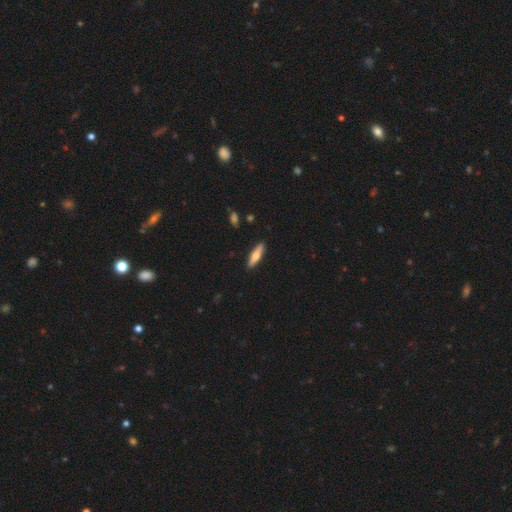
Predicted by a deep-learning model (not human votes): This appears to be a smooth galaxy with no disk features (63%) that is cigar-shaped (67%). Merging: none (90%).